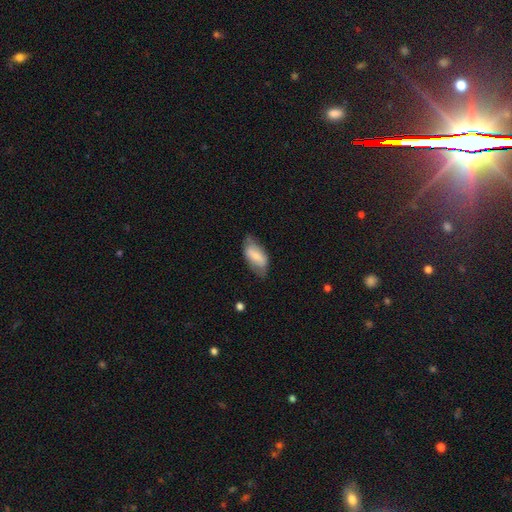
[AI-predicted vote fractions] Overall: smooth (60%; featured or disk 34%). How rounded: in between (91%). Merging: none (63%; minor disturbance 27%).